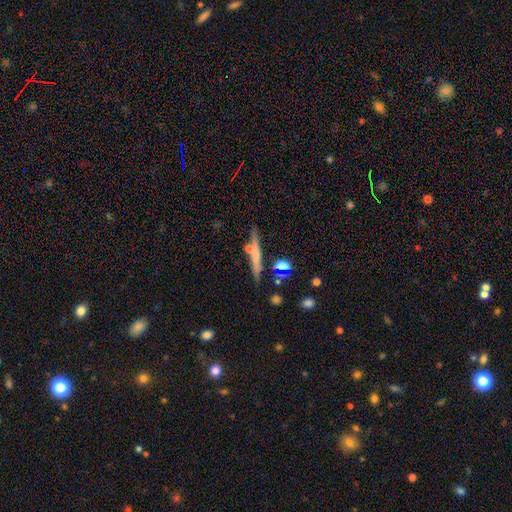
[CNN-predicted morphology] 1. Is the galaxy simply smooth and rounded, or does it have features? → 50% smooth, 41% featured or disk, 9% star or artifact.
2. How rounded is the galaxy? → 89% cigar-shaped, 7% in between, 3% round.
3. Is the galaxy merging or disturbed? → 72% none, 14% minor disturbance, 10% merger, 4% major disturbance.